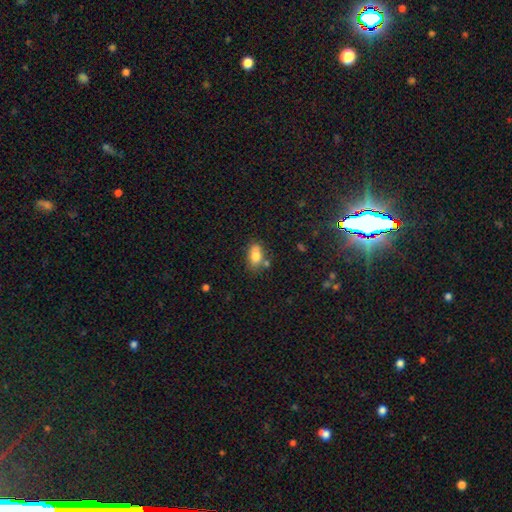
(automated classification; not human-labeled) Q: Smooth or featured?
A: smooth (81%); runner-up: featured or disk (10%)
Q: How rounded?
A: in between (88%); runner-up: round (8%)
Q: Merging?
A: none (67%); runner-up: minor disturbance (17%)